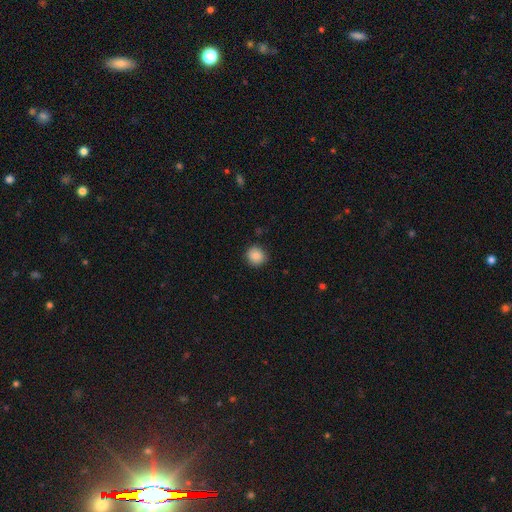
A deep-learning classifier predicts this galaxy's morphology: smooth-or-featured: smooth: 87% | star or artifact: 9% | featured or disk: 4%
  how-rounded: round: 89% | in between: 10% | cigar-shaped: 1%
  merging: none: 88% | minor disturbance: 9% | major disturbance: 2% | merger: 1%